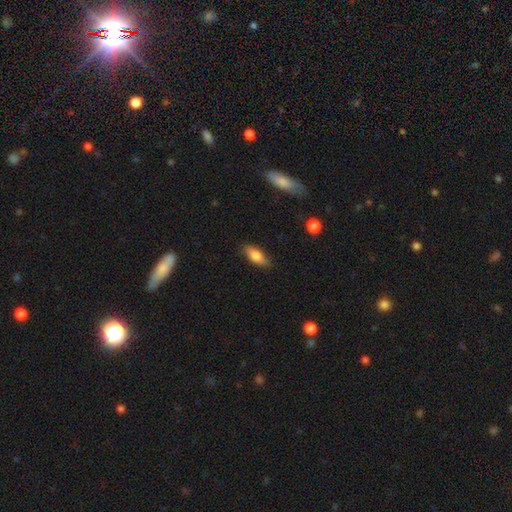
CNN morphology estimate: Q: Smooth or featured?
A: smooth (78%); runner-up: featured or disk (15%)
Q: How rounded?
A: in between (74%); runner-up: cigar-shaped (23%)
Q: Merging?
A: none (86%); runner-up: minor disturbance (11%)